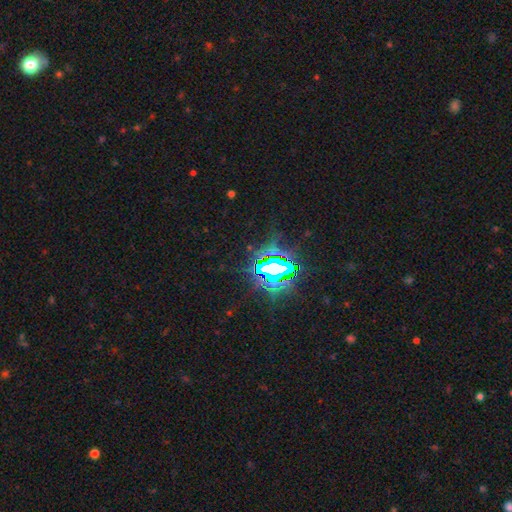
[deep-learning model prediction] The model was most divided on "smooth or featured": star or artifact: 84%, smooth: 8%, featured or disk: 7%.